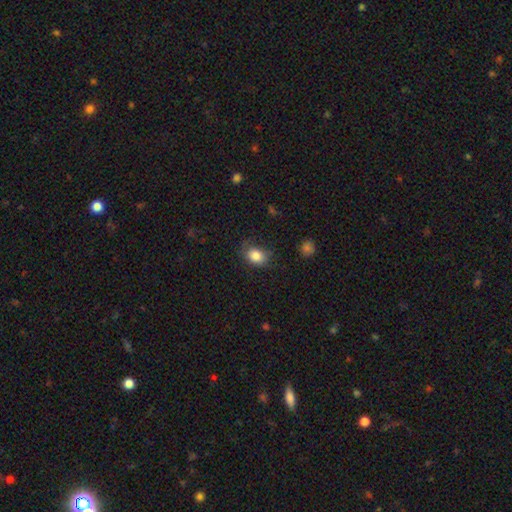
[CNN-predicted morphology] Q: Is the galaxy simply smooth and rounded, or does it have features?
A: smooth — 84%.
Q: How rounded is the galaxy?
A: in between — 65%.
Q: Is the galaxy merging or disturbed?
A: none — 65%.